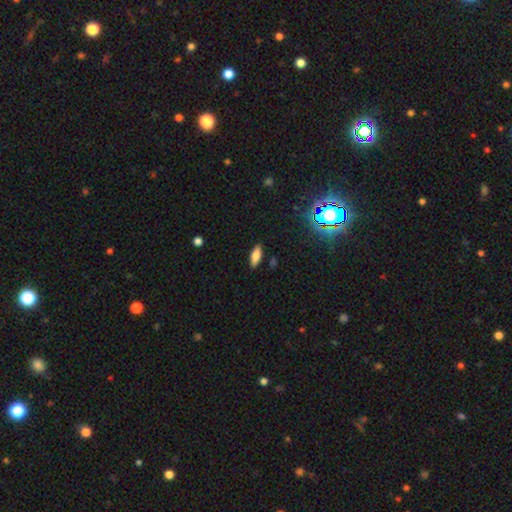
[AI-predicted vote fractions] Smooth or featured? smooth (73%)
How rounded? in between (73%)
Merging? none (88%)